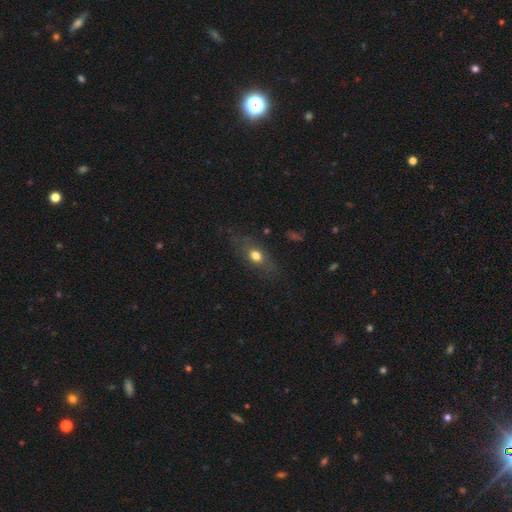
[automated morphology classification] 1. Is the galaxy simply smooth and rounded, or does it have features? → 63% smooth, 26% featured or disk, 11% star or artifact.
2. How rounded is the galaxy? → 61% in between, 20% round, 18% cigar-shaped.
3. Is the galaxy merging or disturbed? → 72% none, 18% minor disturbance, 8% major disturbance, 2% merger.